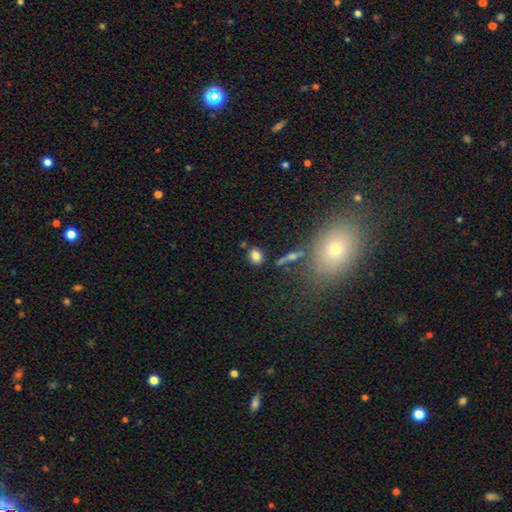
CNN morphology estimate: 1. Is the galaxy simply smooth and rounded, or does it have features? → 80% smooth, 11% star or artifact, 9% featured or disk.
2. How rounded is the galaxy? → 54% in between, 42% round, 4% cigar-shaped.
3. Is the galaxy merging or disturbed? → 76% none, 13% minor disturbance, 7% merger, 4% major disturbance.